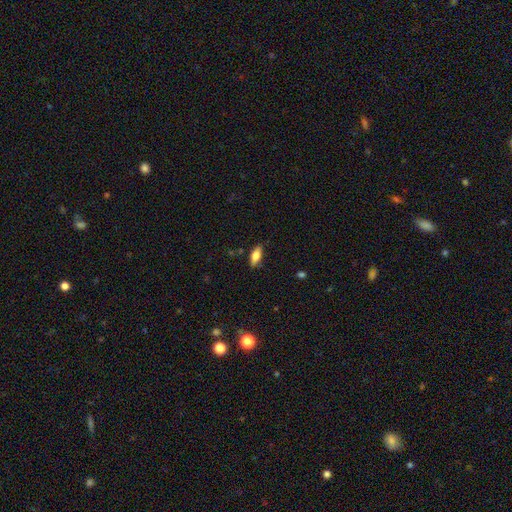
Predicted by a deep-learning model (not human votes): Smooth or featured?
  - smooth: 72% *
  - featured or disk: 21%
  - star or artifact: 7%
How rounded?
  - in between: 78% *
  - cigar-shaped: 19%
  - round: 3%
Merging?
  - none: 80% *
  - minor disturbance: 15%
  - major disturbance: 3%
  - merger: 2%